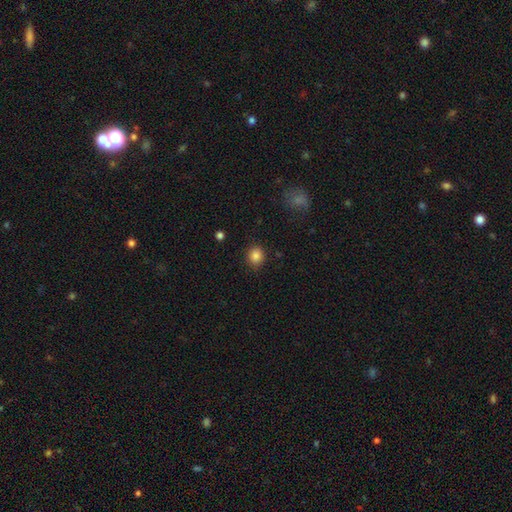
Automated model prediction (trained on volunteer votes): Smooth or featured?
  - smooth: 85% *
  - star or artifact: 11%
  - featured or disk: 5%
How rounded?
  - round: 81% *
  - in between: 18%
  - cigar-shaped: 1%
Merging?
  - none: 88% *
  - minor disturbance: 9%
  - major disturbance: 2%
  - merger: 1%